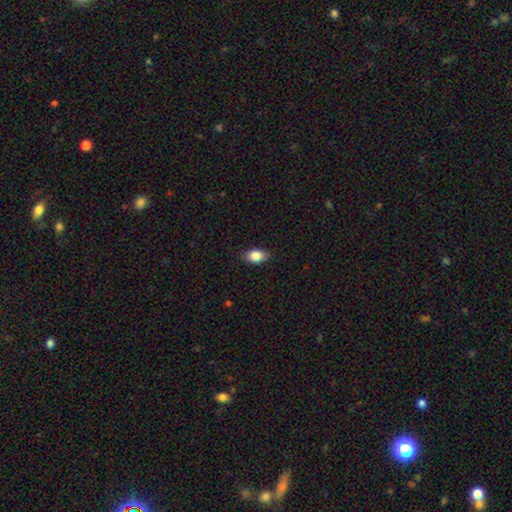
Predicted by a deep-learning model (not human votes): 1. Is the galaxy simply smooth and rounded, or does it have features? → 86% smooth, 8% star or artifact, 6% featured or disk.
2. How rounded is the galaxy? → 86% in between, 12% round, 2% cigar-shaped.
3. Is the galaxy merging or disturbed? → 84% none, 13% minor disturbance, 2% major disturbance, 1% merger.